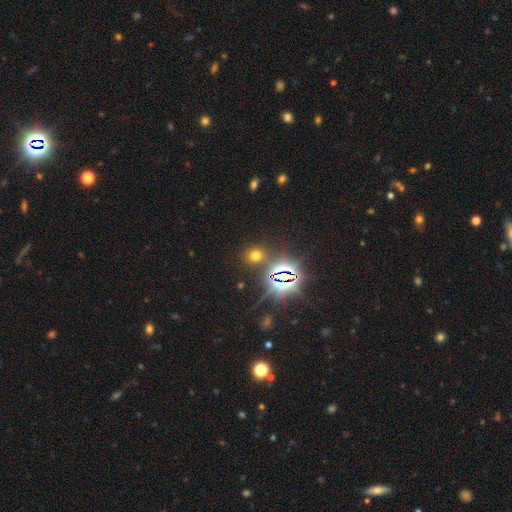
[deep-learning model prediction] Smooth or featured?
  - smooth: 52% *
  - star or artifact: 41%
  - featured or disk: 7%
How rounded?
  - round: 77% *
  - in between: 21%
  - cigar-shaped: 2%
Merging?
  - none: 83% *
  - minor disturbance: 8%
  - merger: 6%
  - major disturbance: 4%